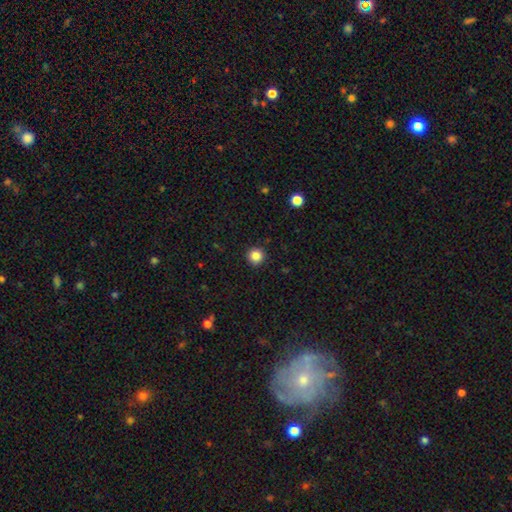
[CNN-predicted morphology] Smooth or featured? Predicted: smooth (p=0.85). How rounded? Predicted: round (p=0.95). Merging? Predicted: none (p=0.92).